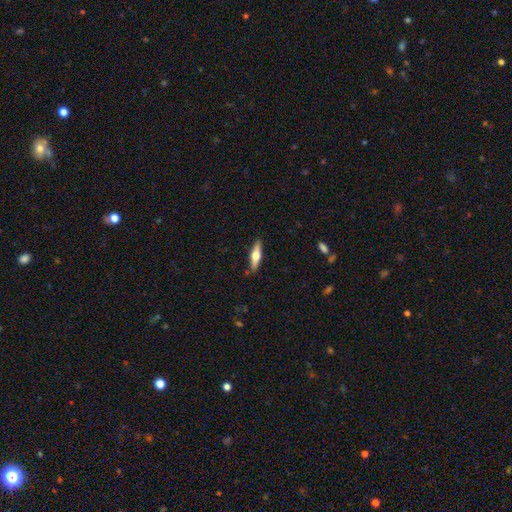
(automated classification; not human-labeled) Smooth or featured? featured or disk (55%)
Edge-on disk? yes (94%)
Edge-on bulge? rounded (94%)
Merging? none (88%)